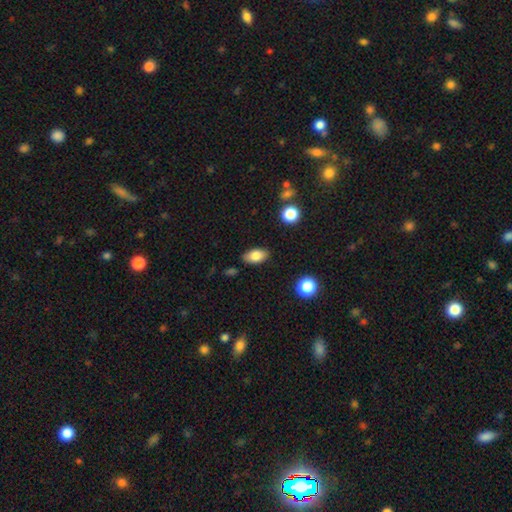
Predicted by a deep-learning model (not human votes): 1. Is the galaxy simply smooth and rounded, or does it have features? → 81% smooth, 10% featured or disk, 8% star or artifact.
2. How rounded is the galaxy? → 90% in between, 7% round, 3% cigar-shaped.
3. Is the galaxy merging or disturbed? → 85% none, 10% minor disturbance, 2% major disturbance, 2% merger.